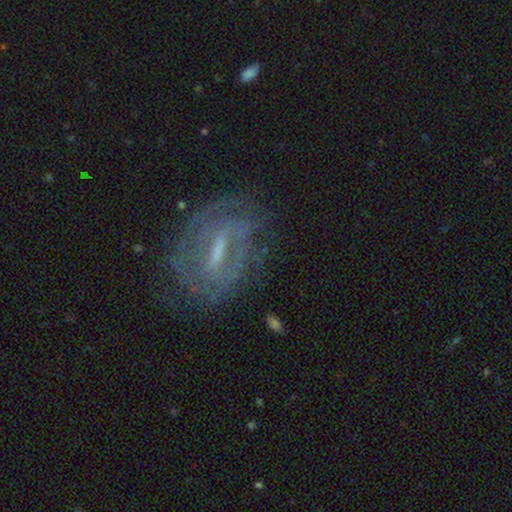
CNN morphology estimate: This is likely a featured or disk galaxy (72%). It is clearly not viewed edge-on (89%). Bar: possibly strong (52%). Spiral arm pattern: likely yes (76%). Central bulge: marginally small (44%). Merging: likely none (74%).